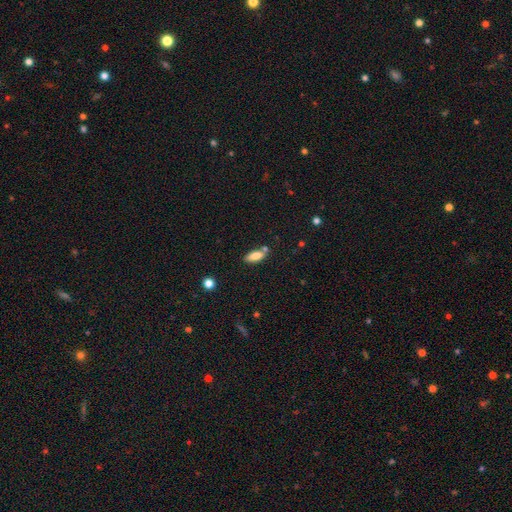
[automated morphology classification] Smooth or featured: smooth — 82% (featured or disk — 11%)
How rounded: in between — 74% (cigar-shaped — 24%)
Merging: none — 71% (minor disturbance — 15%)